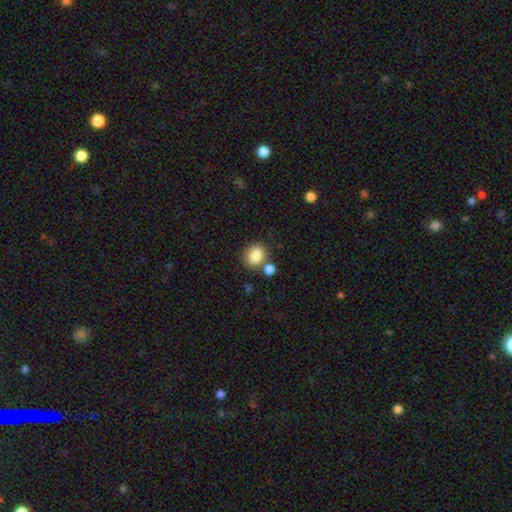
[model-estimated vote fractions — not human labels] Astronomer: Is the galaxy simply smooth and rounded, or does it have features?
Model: smooth — 86%.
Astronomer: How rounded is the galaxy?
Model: round — 50% (runner-up: in between, 49%).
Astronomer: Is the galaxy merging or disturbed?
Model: none — 63%.